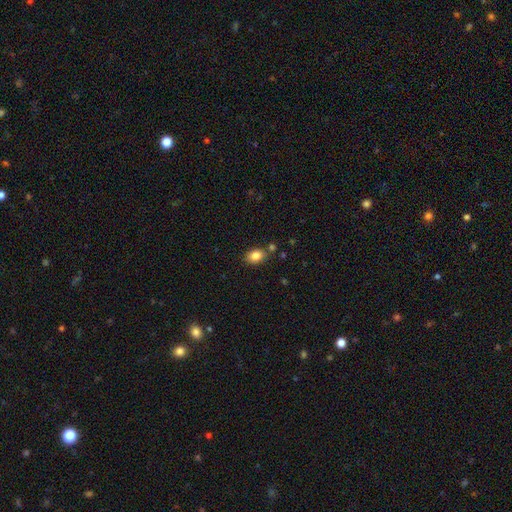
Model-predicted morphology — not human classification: type=smooth (84%); roundness=in between (76%); merging=none (77%).